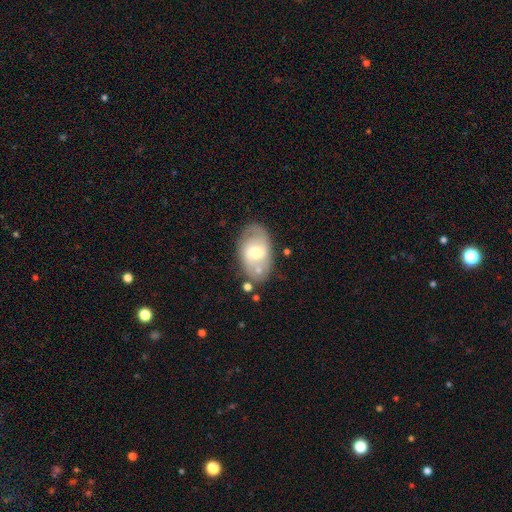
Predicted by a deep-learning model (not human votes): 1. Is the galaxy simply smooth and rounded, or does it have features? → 54% featured or disk, 39% smooth, 7% star or artifact.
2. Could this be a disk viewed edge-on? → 93% no, 7% yes.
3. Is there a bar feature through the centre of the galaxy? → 44% weak, 43% no, 13% strong.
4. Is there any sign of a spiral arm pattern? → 62% yes, 38% no.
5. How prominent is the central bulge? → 66% moderate, 24% small, 8% large, 1% none, 1% dominant.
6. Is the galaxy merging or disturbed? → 65% none, 18% minor disturbance, 10% merger, 6% major disturbance.